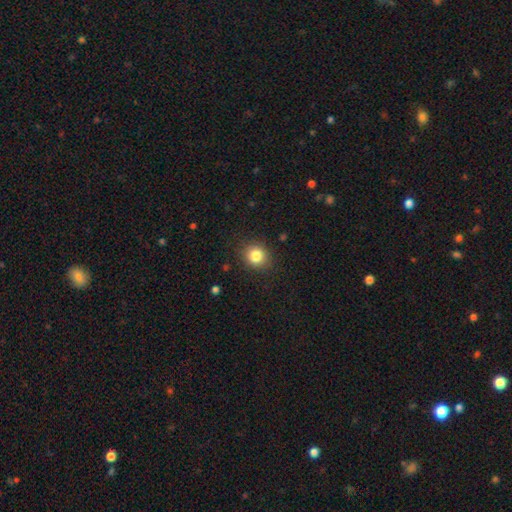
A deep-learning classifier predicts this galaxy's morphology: This appears to be a smooth galaxy with no disk features (83%) that is round (81%). Merging: none (88%).